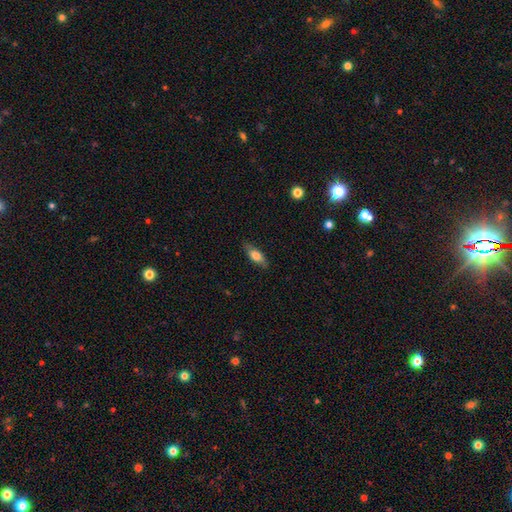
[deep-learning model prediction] This is likely a smooth galaxy (69%). How rounded: likely in between (69%). Merging: clearly none (81%).